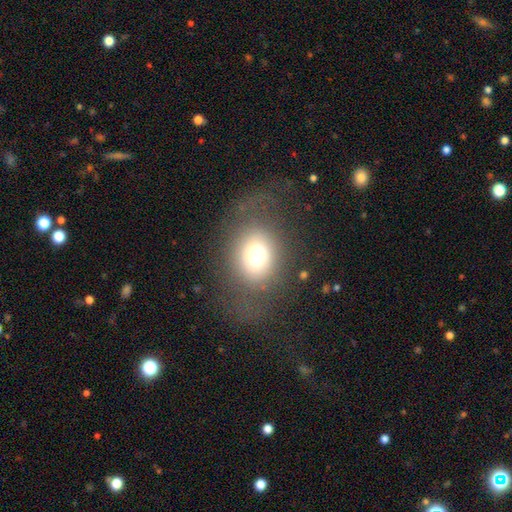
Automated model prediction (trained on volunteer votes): The model was most divided on "how rounded": in between: 53%, round: 46%, cigar-shaped: 1%. More confident: merging — none (67%); smooth or featured — smooth (66%).